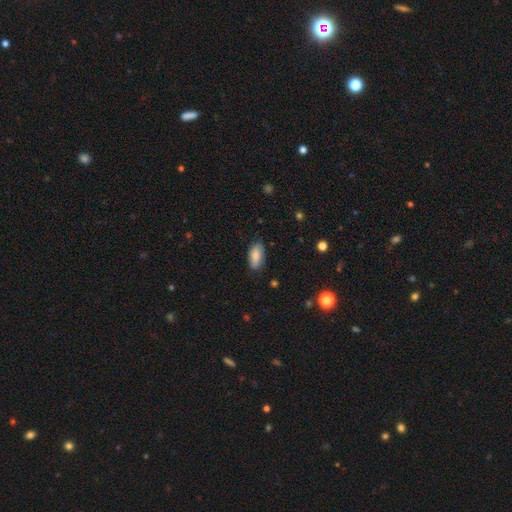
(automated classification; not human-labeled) A smooth galaxy with no disk features (82%) that is in between round and cigar-shaped (90%).

Vote fractions:
- Smooth or featured? smooth: 82% / featured or disk: 11% / star or artifact: 7%
- How rounded? in between: 90% / cigar-shaped: 7% / round: 3%
- Merging? none: 80% / minor disturbance: 16% / major disturbance: 3% / merger: 1%